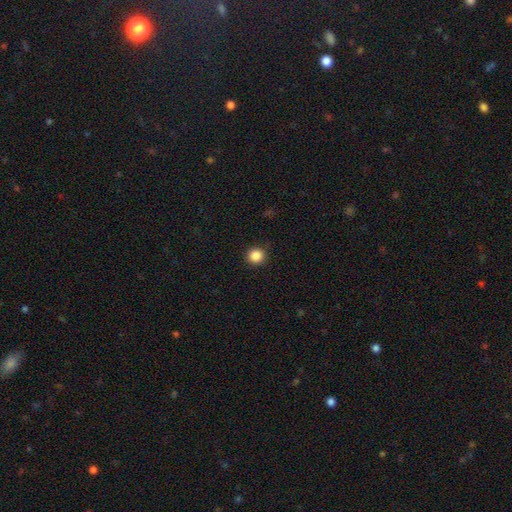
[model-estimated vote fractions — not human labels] A smooth galaxy with no disk features (86%) that is round (93%).

Vote fractions:
- Smooth or featured? smooth: 86% / star or artifact: 11% / featured or disk: 3%
- How rounded? round: 93% / in between: 6% / cigar-shaped: 1%
- Merging? none: 91% / minor disturbance: 6% / major disturbance: 2% / merger: 1%